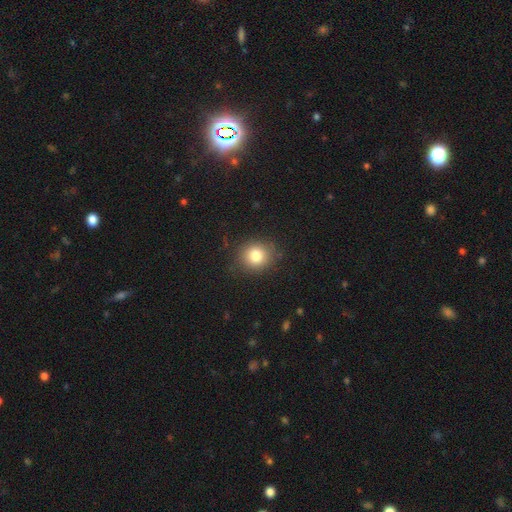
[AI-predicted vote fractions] Q: Smooth or featured?
A: smooth (81%); runner-up: star or artifact (11%)
Q: How rounded?
A: round (83%); runner-up: in between (16%)
Q: Merging?
A: none (86%); runner-up: minor disturbance (10%)